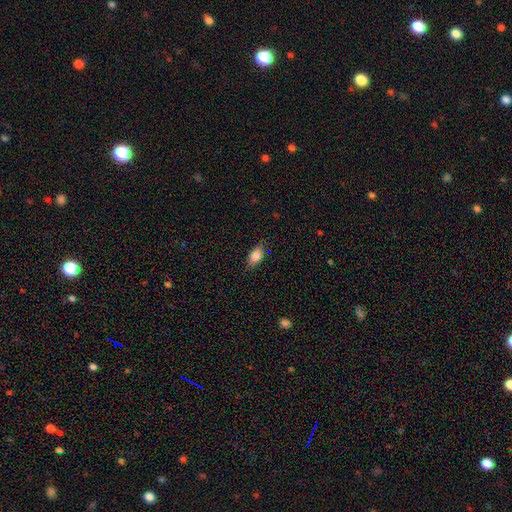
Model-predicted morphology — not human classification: This is clearly a smooth galaxy (84%). How rounded: clearly in between (88%). Merging: clearly none (82%).